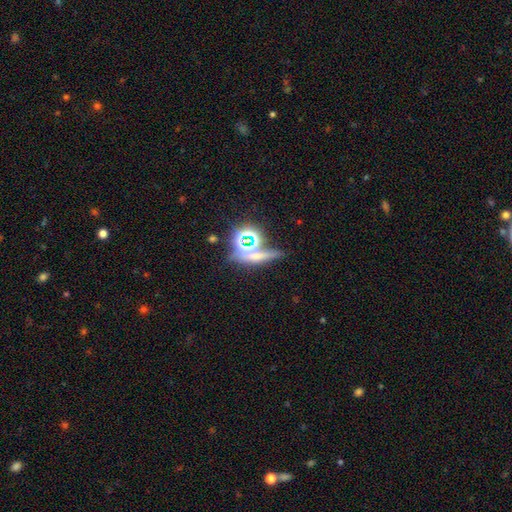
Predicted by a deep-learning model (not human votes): Smooth or featured? Predicted: star or artifact (p=0.42).